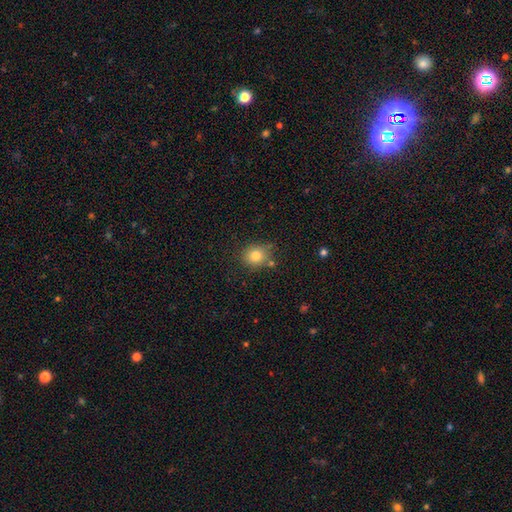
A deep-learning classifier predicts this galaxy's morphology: A smooth galaxy with no disk features (81%) that is round (79%).

Vote fractions:
- Smooth or featured? smooth: 81% / star or artifact: 12% / featured or disk: 8%
- How rounded? round: 79% / in between: 20% / cigar-shaped: 1%
- Merging? none: 75% / minor disturbance: 14% / merger: 6% / major disturbance: 4%